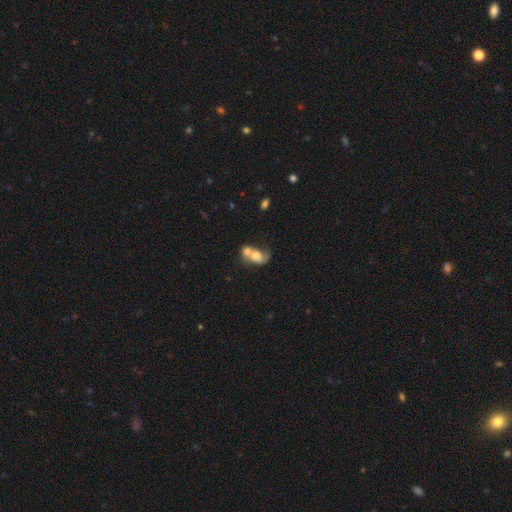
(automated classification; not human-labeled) A smooth galaxy with no disk features (51%) that is in between round and cigar-shaped (71%). Merging: merger (67%).